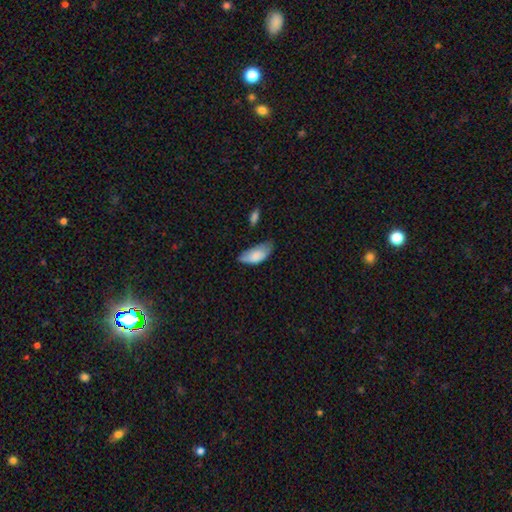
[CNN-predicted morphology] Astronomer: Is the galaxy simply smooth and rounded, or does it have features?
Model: smooth — 80%.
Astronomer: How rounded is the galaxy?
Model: in between — 90%.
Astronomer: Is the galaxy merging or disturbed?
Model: minor disturbance — 44% (runner-up: none, 40%).